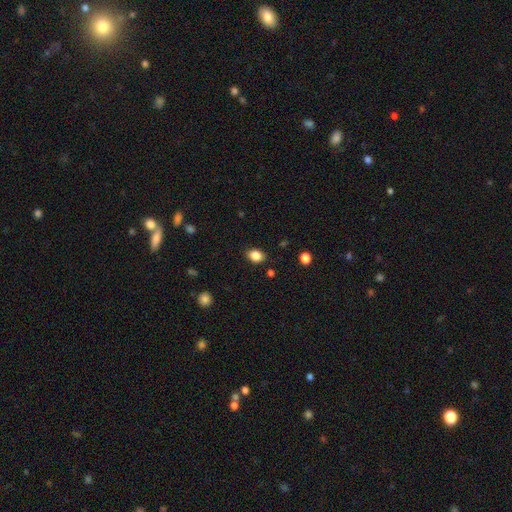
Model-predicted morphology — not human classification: Smooth or featured? Predicted: smooth (p=0.86). How rounded? Predicted: in between (p=0.68). Merging? Predicted: none (p=0.83).